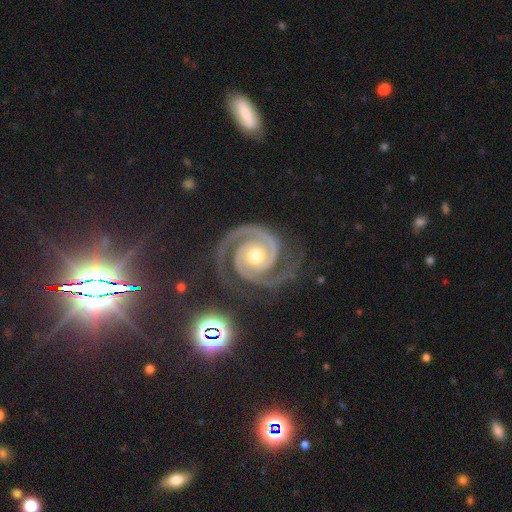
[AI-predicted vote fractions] A featured or disk galaxy (93%) with no bar (75%), 2 (92%) tight (71%) spiral arms (99%) and a moderate central bulge (72%).

Vote fractions:
- Smooth or featured? featured or disk: 93% / star or artifact: 4% / smooth: 2%
- Edge-on disk? no: 98% / yes: 2%
- Bar? no: 75% / weak: 16% / strong: 8%
- Spiral arms? yes: 99% / no: 1%
- Spiral winding? tight: 71% / medium: 26% / loose: 3%
- Spiral arm count? 2: 92% / 3: 3% / can't tell: 2% / 1: 1% / 4: 1% / more than 4: 1%
- Bulge size? moderate: 72% / small: 19% / large: 6% / none: 1% / dominant: 1%
- Merging? none: 79% / minor disturbance: 14% / major disturbance: 5% / merger: 2%